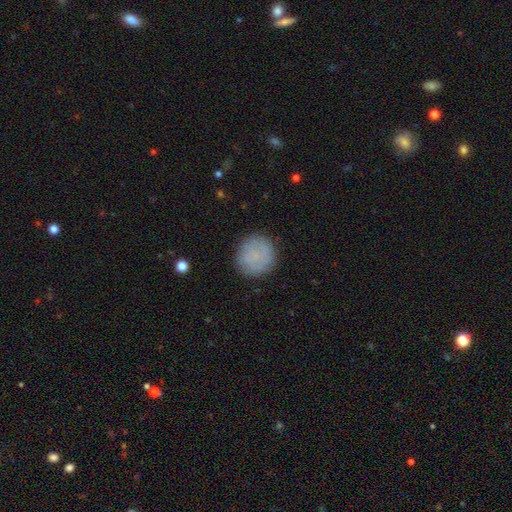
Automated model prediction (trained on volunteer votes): Morphology: type=smooth (76%); roundness=round (90%); merging=none (84%).